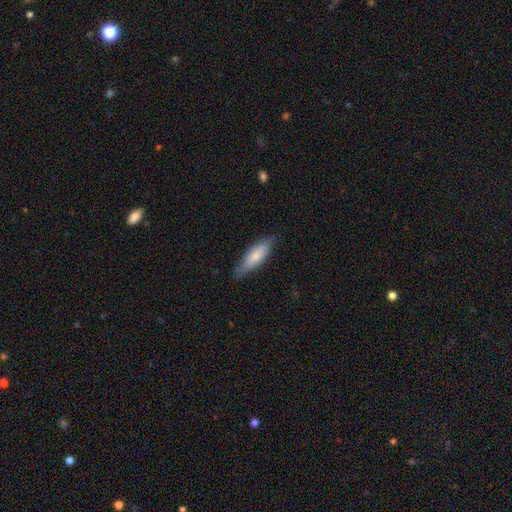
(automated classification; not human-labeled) smooth_or_featured: smooth (p=0.72) [alt: featured or disk p=0.23]
how_rounded: in between (p=0.51) [alt: cigar-shaped p=0.47]
merging: none (p=0.77) [alt: minor disturbance p=0.19]